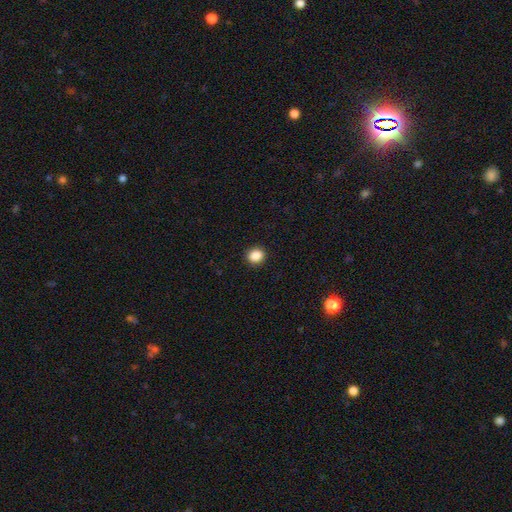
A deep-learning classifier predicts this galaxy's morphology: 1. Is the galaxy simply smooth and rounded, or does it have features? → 88% smooth, 9% star or artifact, 3% featured or disk.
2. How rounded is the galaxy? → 72% round, 27% in between, 1% cigar-shaped.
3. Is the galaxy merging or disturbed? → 91% none, 6% minor disturbance, 2% major disturbance, 1% merger.